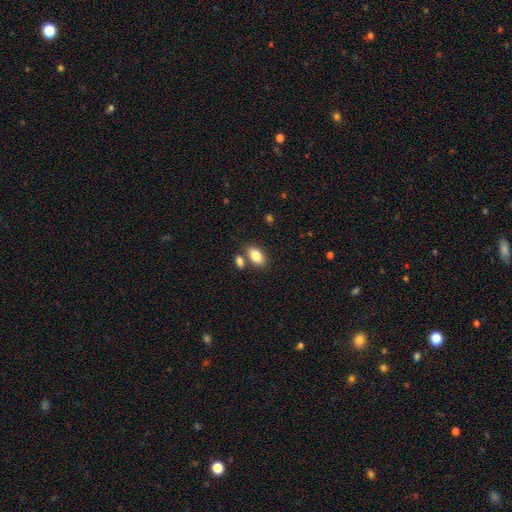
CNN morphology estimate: smooth 84%, featured or disk 9%, star or artifact 7%. Down the decision tree: how rounded — in between (91%); merging — none (66%).